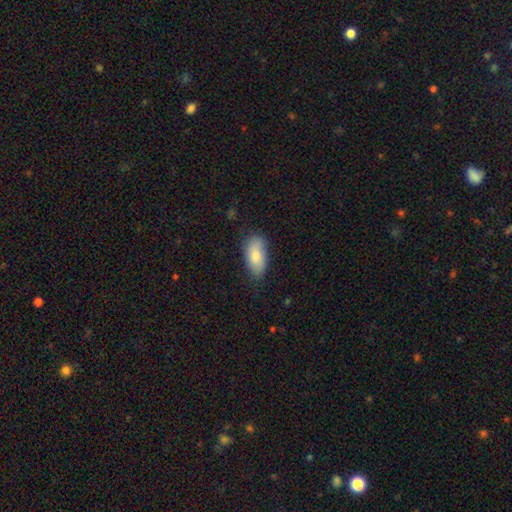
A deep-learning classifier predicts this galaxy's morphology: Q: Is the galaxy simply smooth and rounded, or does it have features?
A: smooth — 81%.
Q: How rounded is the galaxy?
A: in between — 93%.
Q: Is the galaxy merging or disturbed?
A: none — 71%.